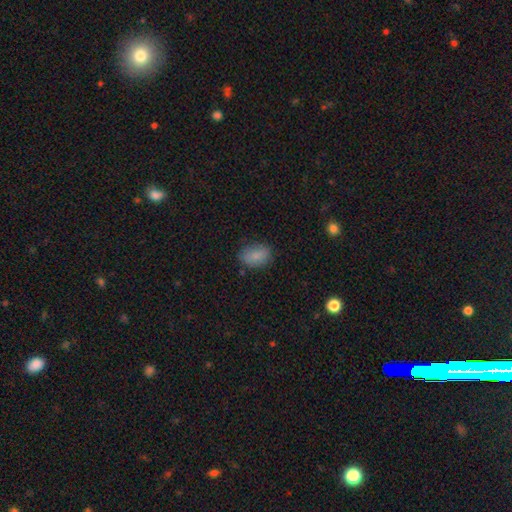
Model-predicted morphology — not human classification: Smooth or featured? smooth (85%)
How rounded? in between (83%)
Merging? none (79%)